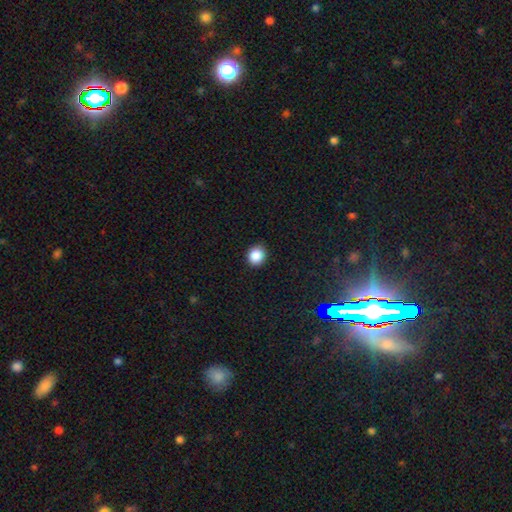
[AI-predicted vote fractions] This appears to be a smooth galaxy with no disk features (87%) that is round (84%). Merging: none (91%).